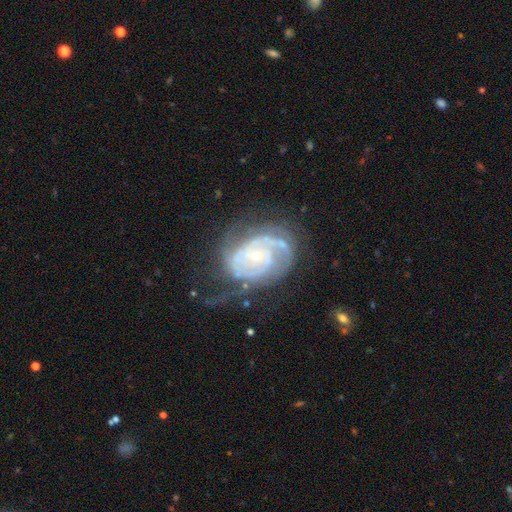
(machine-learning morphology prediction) This is clearly a featured or disk galaxy (88%). It is clearly not viewed edge-on (97%). Bar: likely no (68%). Spiral arm pattern: clearly yes (96%). Spiral arm count: marginally 2 (37%). Spiral winding: likely tight (65%). Central bulge: likely small (76%). Merging: possibly none (50%).